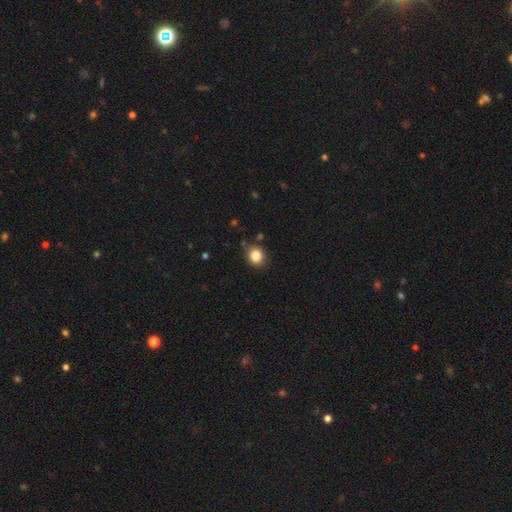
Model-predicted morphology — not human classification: smooth 84%, star or artifact 11%, featured or disk 5%. Down the decision tree: how rounded — round (78%); merging — none (84%).